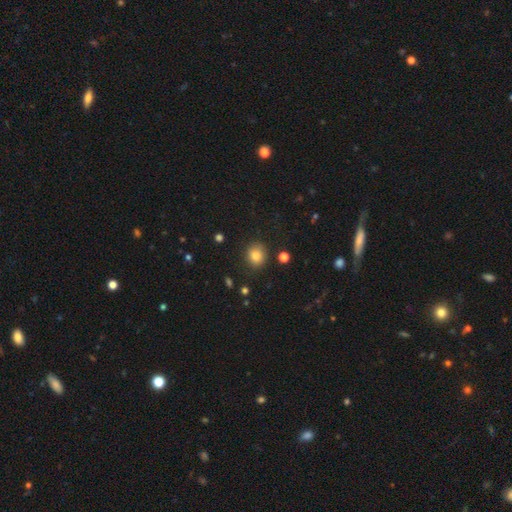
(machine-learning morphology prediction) Smooth or featured? Predicted: smooth (p=0.83). How rounded? Predicted: round (p=0.80). Merging? Predicted: none (p=0.86).